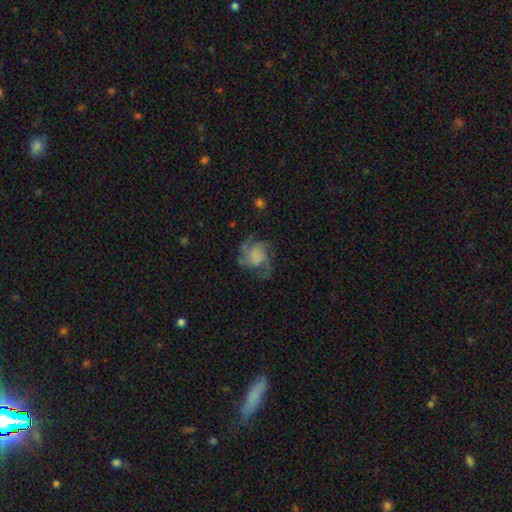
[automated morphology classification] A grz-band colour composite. It shows a featured or disk galaxy (70%) with no bar (78%), 3 (39%) medium (47%) spiral arms (93%) and no central bulge (39%). Merging: none (63%).